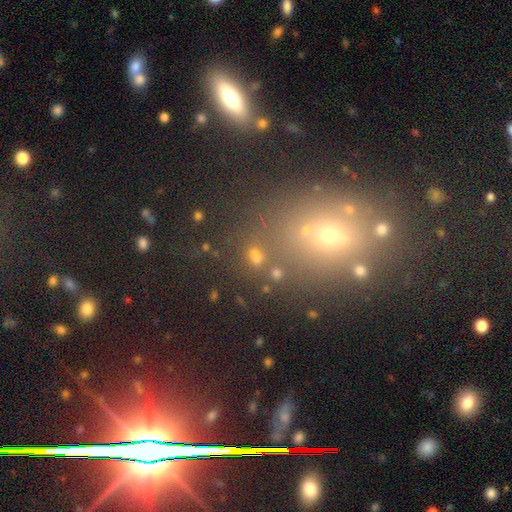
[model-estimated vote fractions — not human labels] Morphology: type=smooth (50%); roundness=in between (58%); merging=none (70%).